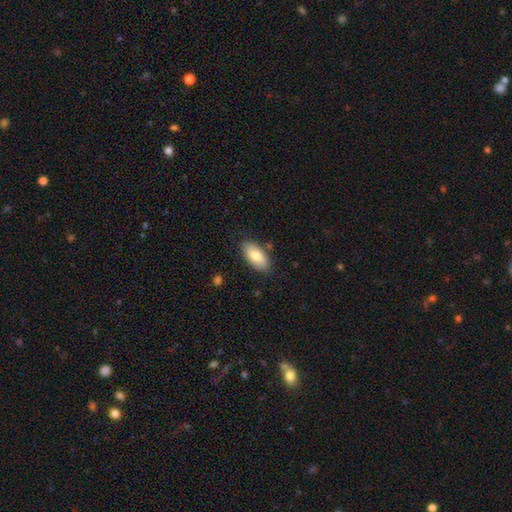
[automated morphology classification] smooth-or-featured: smooth: 76% | featured or disk: 18% | star or artifact: 6%
  how-rounded: in between: 93% | cigar-shaped: 4% | round: 3%
  merging: none: 83% | minor disturbance: 12% | major disturbance: 2% | merger: 2%